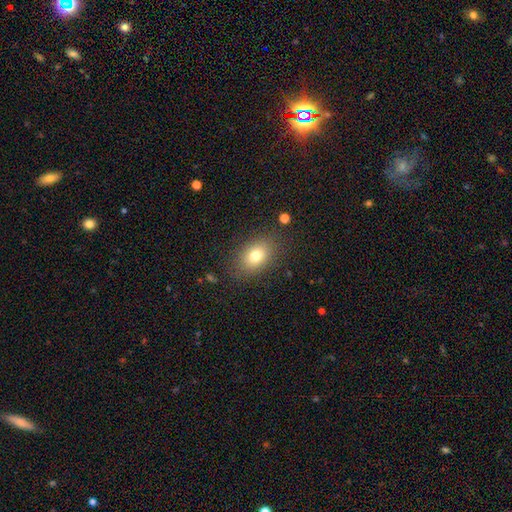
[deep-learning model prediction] Smooth or featured?
  - smooth: 77% *
  - featured or disk: 12%
  - star or artifact: 11%
How rounded?
  - in between: 77% *
  - round: 21%
  - cigar-shaped: 1%
Merging?
  - none: 83% *
  - minor disturbance: 11%
  - major disturbance: 4%
  - merger: 1%